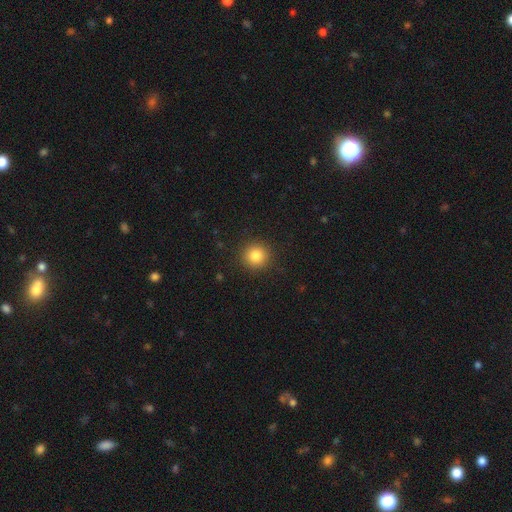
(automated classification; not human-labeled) A smooth galaxy with no disk features (83%) that is round (93%). Merging: none (91%).